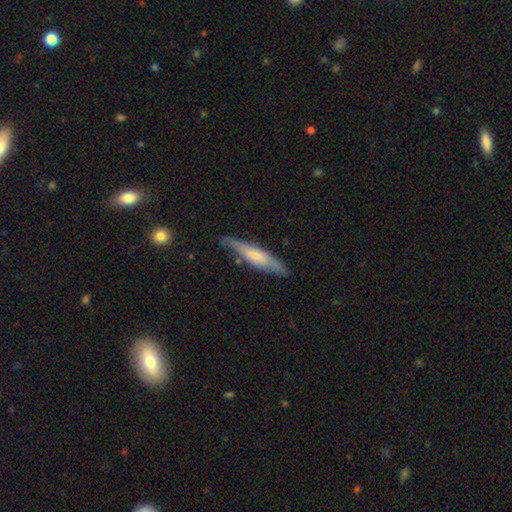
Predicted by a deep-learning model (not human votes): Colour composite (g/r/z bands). It shows a featured or disk galaxy (48%). Merging: none (73%).